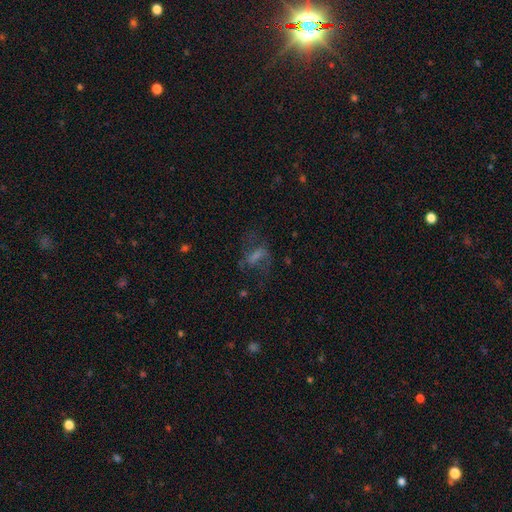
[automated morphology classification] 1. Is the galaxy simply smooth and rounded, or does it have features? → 44% featured or disk, 33% smooth, 23% star or artifact.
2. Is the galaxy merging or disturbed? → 55% none, 25% major disturbance, 18% minor disturbance, 2% merger.